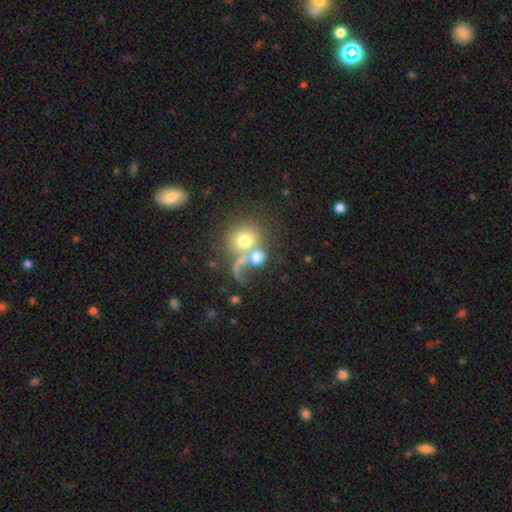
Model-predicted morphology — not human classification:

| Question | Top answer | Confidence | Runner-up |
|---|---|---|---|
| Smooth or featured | smooth | 58% | featured or disk (29%) |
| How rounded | round | 76% | in between (23%) |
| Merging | merger | 54% | none (21%) |